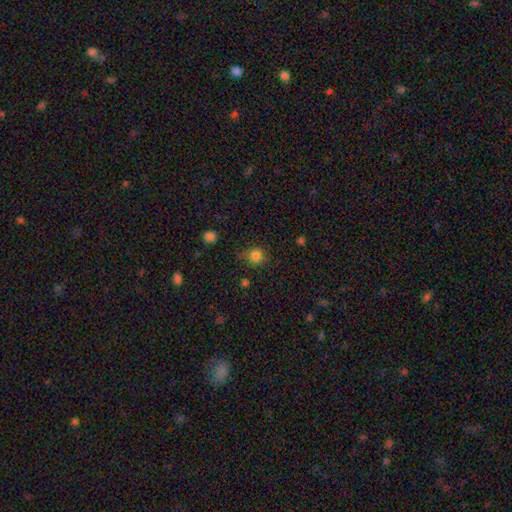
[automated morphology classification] Smooth or featured?
  - smooth: 82% *
  - star or artifact: 13%
  - featured or disk: 5%
How rounded?
  - round: 90% *
  - in between: 9%
  - cigar-shaped: 1%
Merging?
  - none: 76% *
  - minor disturbance: 17%
  - major disturbance: 5%
  - merger: 2%